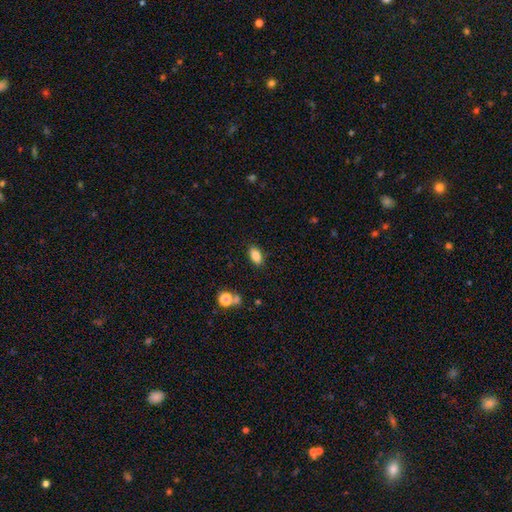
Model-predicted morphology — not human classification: Smooth or featured: smooth — 85% (star or artifact — 9%)
How rounded: in between — 90% (round — 6%)
Merging: none — 86% (minor disturbance — 10%)